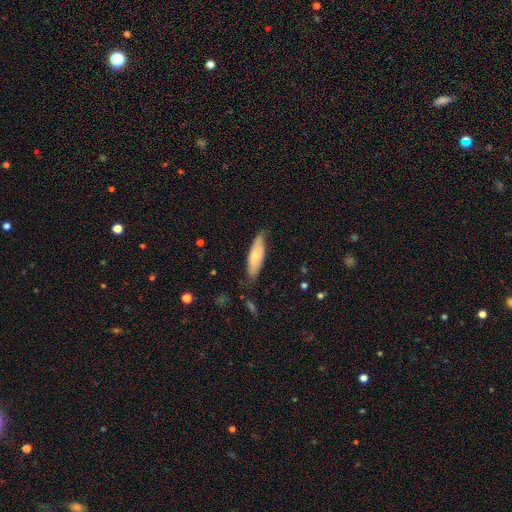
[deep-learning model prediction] This appears to be a smooth galaxy with no disk features (64%) that is in between round and cigar-shaped (52%). Merging: none (76%).